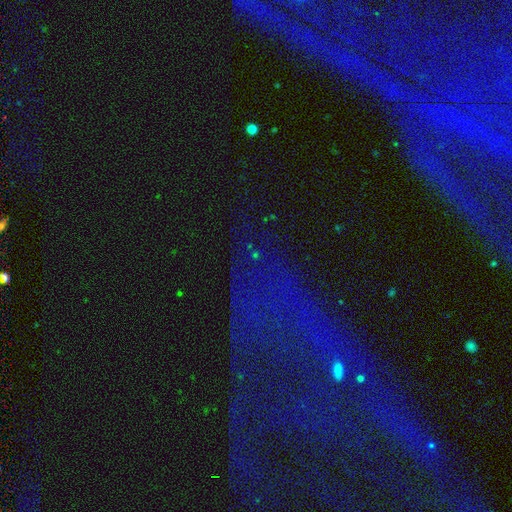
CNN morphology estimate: A star or artifact, not a galaxy (70%).

Vote fractions:
- Smooth or featured? star or artifact: 70% / featured or disk: 15% / smooth: 15%